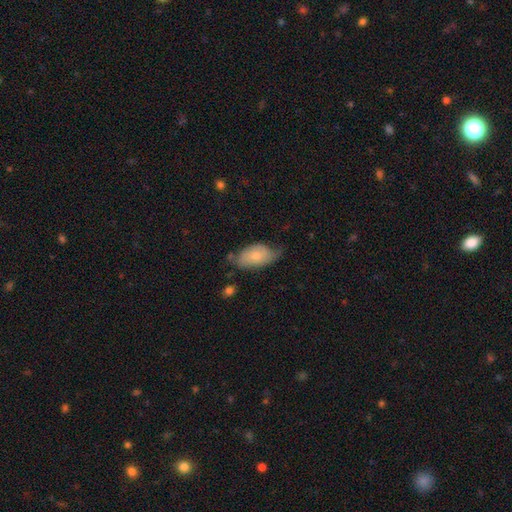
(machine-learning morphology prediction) Overall: smooth (63%; featured or disk 31%). How rounded: in between (93%). Merging: none (42%; minor disturbance 41%).